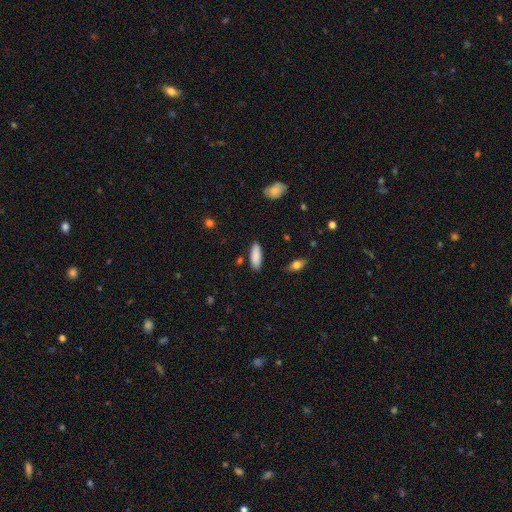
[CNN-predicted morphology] Overall: smooth (88%). How rounded: in between (63%; cigar-shaped 35%). Merging: none (86%).